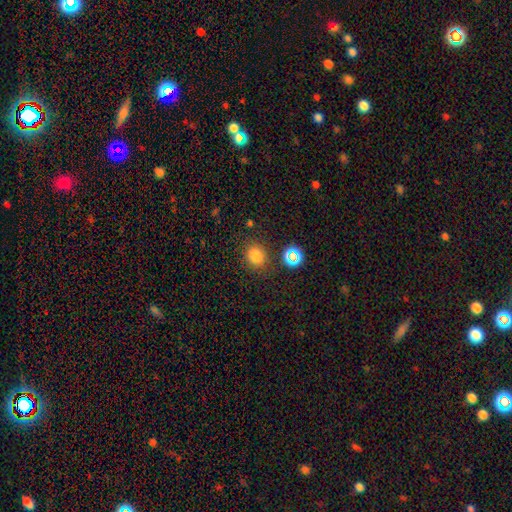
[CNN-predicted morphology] Smooth or featured? smooth (79%)
How rounded? round (68%)
Merging? none (82%)